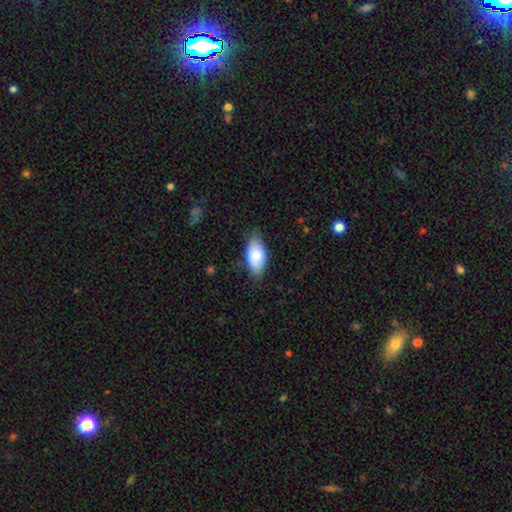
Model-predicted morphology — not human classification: A smooth galaxy with no disk features (81%) that is in between round and cigar-shaped (93%).

Vote fractions:
- Smooth or featured? smooth: 81% / featured or disk: 13% / star or artifact: 6%
- How rounded? in between: 93% / cigar-shaped: 5% / round: 3%
- Merging? none: 71% / minor disturbance: 23% / major disturbance: 4% / merger: 1%